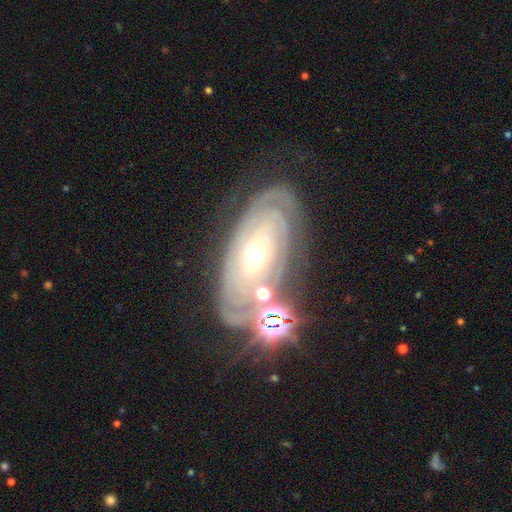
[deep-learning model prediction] Smooth or featured? featured or disk (81%)
Edge-on disk? no (93%)
Bar? no (73%)
Spiral arms? yes (90%)
Spiral winding? tight (82%)
Spiral arm count? can't tell (51%)
Bulge size? small (48%)
Merging? none (65%)